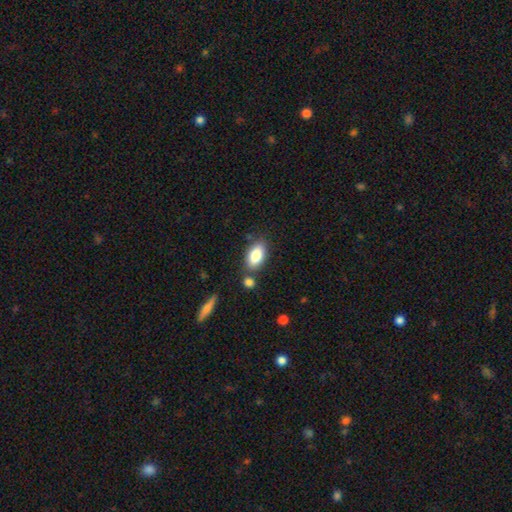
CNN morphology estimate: This is clearly a smooth galaxy (82%). How rounded: clearly in between (91%). Merging: likely none (73%).